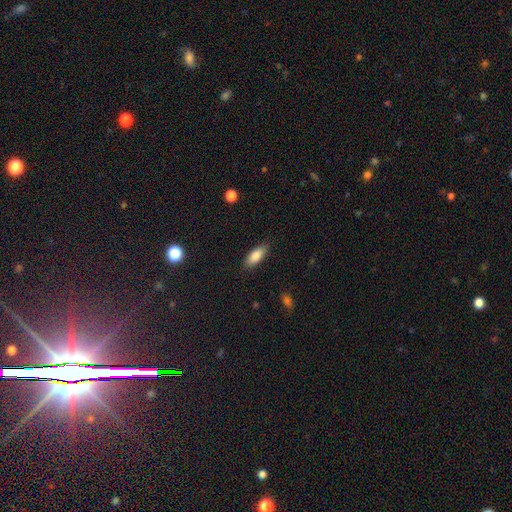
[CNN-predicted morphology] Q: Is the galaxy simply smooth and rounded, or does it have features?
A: smooth — 83%.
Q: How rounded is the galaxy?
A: in between — 76%.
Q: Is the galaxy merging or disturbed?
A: none — 85%.